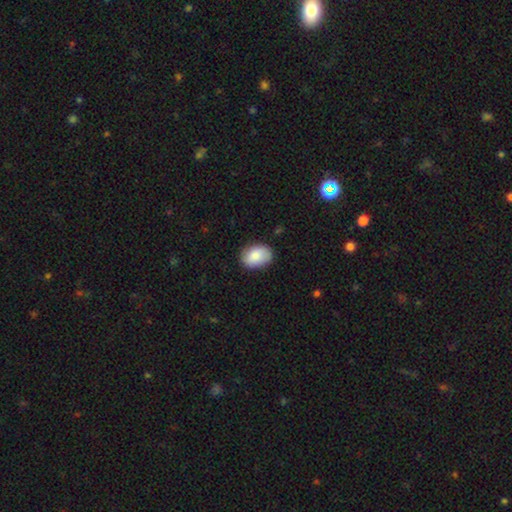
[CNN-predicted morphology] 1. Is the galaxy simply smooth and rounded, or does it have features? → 86% smooth, 8% featured or disk, 6% star or artifact.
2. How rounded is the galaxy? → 80% in between, 19% round, 1% cigar-shaped.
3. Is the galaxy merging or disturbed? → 82% none, 14% minor disturbance, 3% major disturbance, 1% merger.